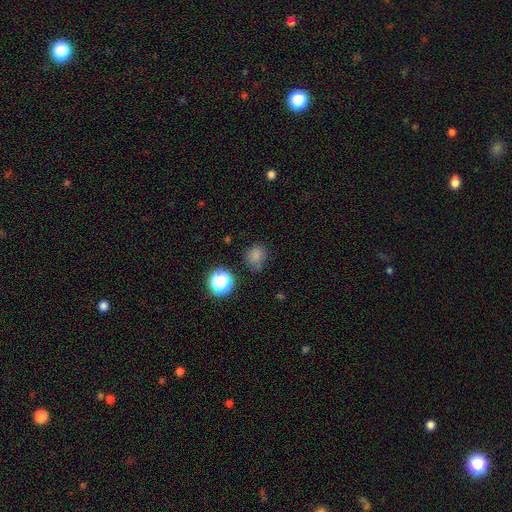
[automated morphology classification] A smooth galaxy with no disk features (75%) that is round (70%).

Vote fractions:
- Smooth or featured? smooth: 75% / star or artifact: 19% / featured or disk: 6%
- How rounded? round: 70% / in between: 29% / cigar-shaped: 1%
- Merging? none: 65% / minor disturbance: 23% / major disturbance: 8% / merger: 4%